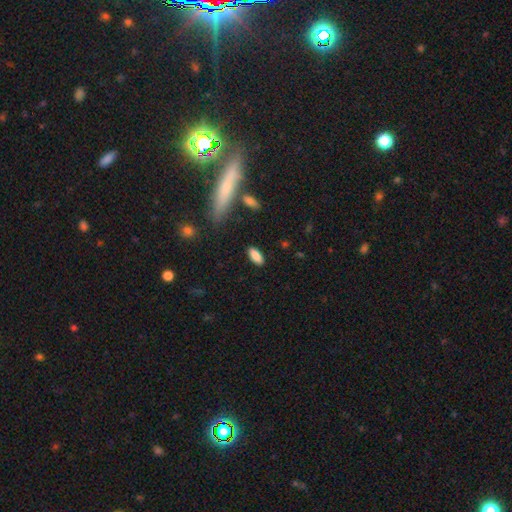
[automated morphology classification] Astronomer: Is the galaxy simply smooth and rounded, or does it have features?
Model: smooth — 86%.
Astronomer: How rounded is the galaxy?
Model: in between — 82%.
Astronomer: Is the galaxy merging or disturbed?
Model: none — 86%.